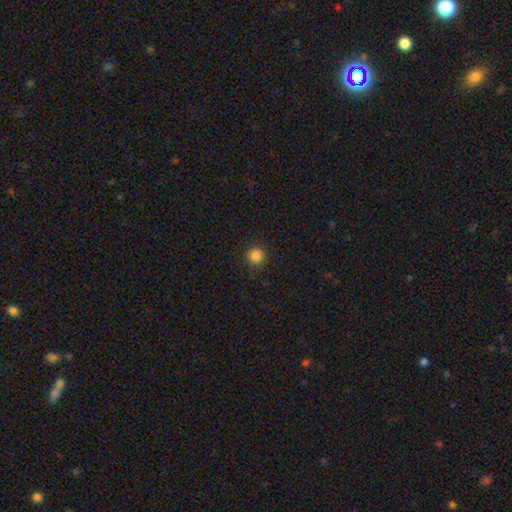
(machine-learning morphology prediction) Smooth or featured? Predicted: smooth (p=0.85). How rounded? Predicted: round (p=0.95). Merging? Predicted: none (p=0.91).